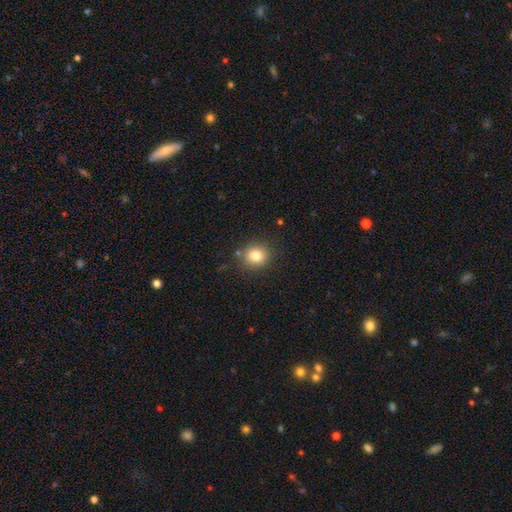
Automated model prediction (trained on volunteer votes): A smooth galaxy with no disk features (82%) that is round (80%).

Vote fractions:
- Smooth or featured? smooth: 82% / star or artifact: 11% / featured or disk: 7%
- How rounded? round: 80% / in between: 19% / cigar-shaped: 1%
- Merging? none: 85% / minor disturbance: 10% / major disturbance: 3% / merger: 3%